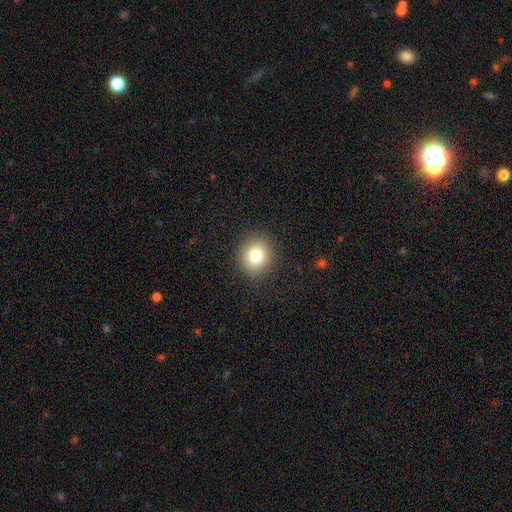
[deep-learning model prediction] Smooth or featured? smooth (79%)
How rounded? round (82%)
Merging? none (89%)